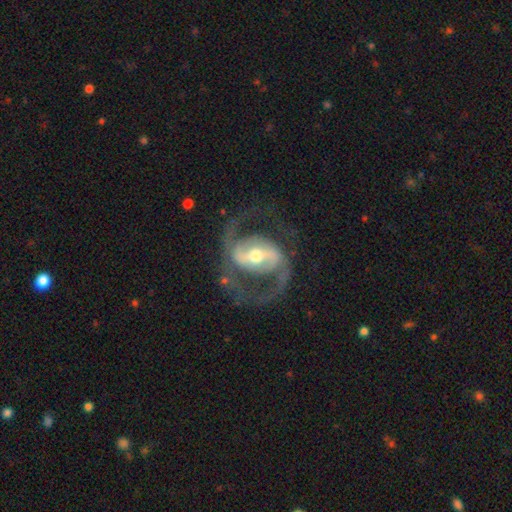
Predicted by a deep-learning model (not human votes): Q: Smooth or featured?
A: featured or disk (91%); runner-up: smooth (4%)
Q: Edge-on disk?
A: no (97%); runner-up: yes (3%)
Q: Bar?
A: strong (53%); runner-up: weak (33%)
Q: Spiral arms?
A: yes (96%); runner-up: no (4%)
Q: Spiral winding?
A: medium (62%); runner-up: loose (23%)
Q: Spiral arm count?
A: 2 (93%); runner-up: can't tell (2%)
Q: Bulge size?
A: moderate (64%); runner-up: small (26%)
Q: Merging?
A: none (76%); runner-up: minor disturbance (12%)